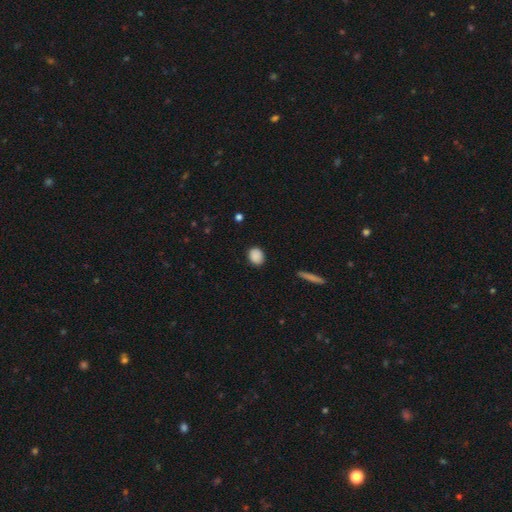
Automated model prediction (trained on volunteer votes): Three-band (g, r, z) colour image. It shows a smooth galaxy with no disk features (88%) that is round (56%). Merging: none (86%).